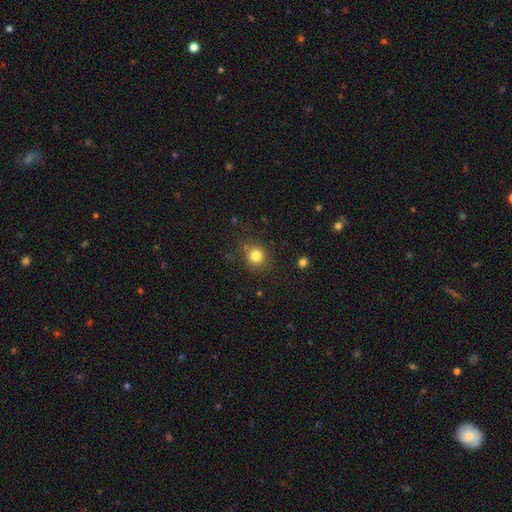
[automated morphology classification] A smooth galaxy with no disk features (82%) that is round (86%).

Vote fractions:
- Smooth or featured? smooth: 82% / star or artifact: 12% / featured or disk: 6%
- How rounded? round: 86% / in between: 13% / cigar-shaped: 1%
- Merging? none: 81% / minor disturbance: 12% / major disturbance: 4% / merger: 3%